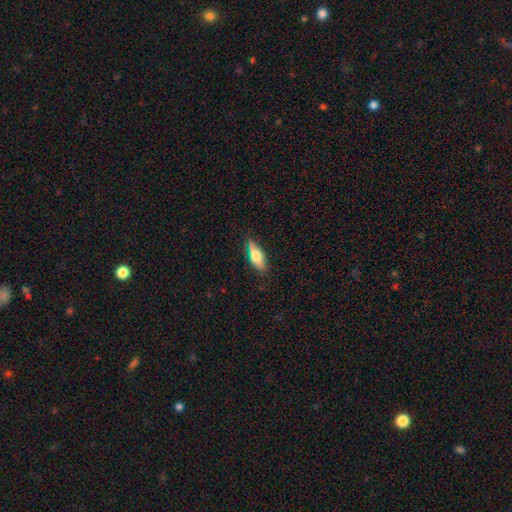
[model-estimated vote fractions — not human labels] A smooth galaxy with no disk features (63%) that is in between round and cigar-shaped (69%).

Vote fractions:
- Smooth or featured? smooth: 63% / featured or disk: 29% / star or artifact: 8%
- How rounded? in between: 69% / cigar-shaped: 27% / round: 3%
- Merging? none: 80% / minor disturbance: 16% / major disturbance: 3% / merger: 1%